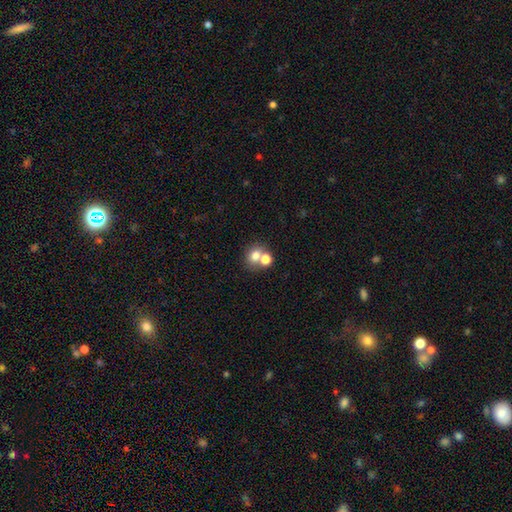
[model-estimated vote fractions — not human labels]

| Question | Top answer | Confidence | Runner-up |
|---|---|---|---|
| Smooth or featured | smooth | 74% | featured or disk (14%) |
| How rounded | round | 71% | in between (28%) |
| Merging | merger | 47% | none (43%) |